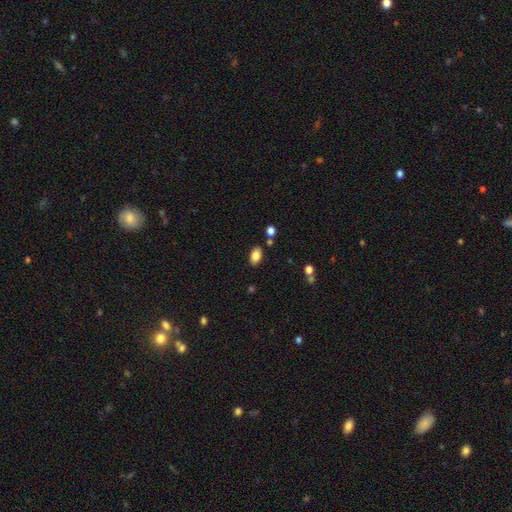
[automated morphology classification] Smooth or featured?
  - smooth: 84% *
  - star or artifact: 9%
  - featured or disk: 7%
How rounded?
  - in between: 92% *
  - round: 7%
  - cigar-shaped: 2%
Merging?
  - none: 82% *
  - minor disturbance: 10%
  - merger: 5%
  - major disturbance: 3%